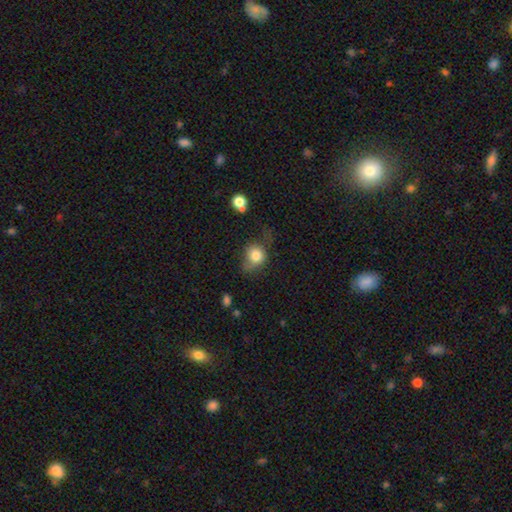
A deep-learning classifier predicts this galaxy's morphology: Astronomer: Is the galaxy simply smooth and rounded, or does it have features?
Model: smooth — 79%.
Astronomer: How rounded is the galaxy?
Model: round — 67%.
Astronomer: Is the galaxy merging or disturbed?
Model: none — 44% (runner-up: minor disturbance, 34%).